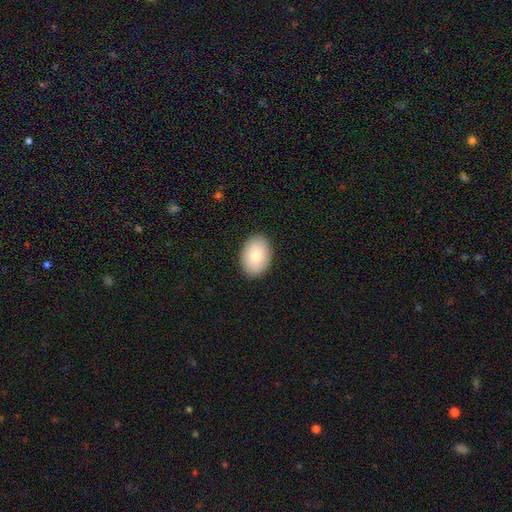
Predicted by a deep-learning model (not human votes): smooth_or_featured: smooth (p=0.82) [alt: featured or disk p=0.12]
how_rounded: in between (p=0.80) [alt: round p=0.19]
merging: none (p=0.89) [alt: minor disturbance p=0.08]